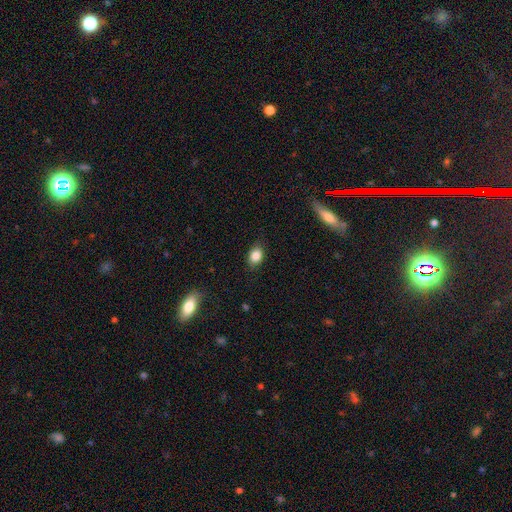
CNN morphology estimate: A smooth galaxy with no disk features (85%) that is in between round and cigar-shaped (70%). Merging: none (84%).